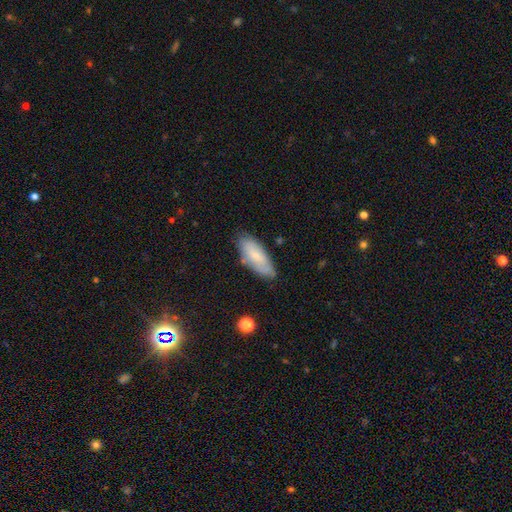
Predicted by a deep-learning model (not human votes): A smooth galaxy with no disk features (68%) that is in between round and cigar-shaped (77%).

Vote fractions:
- Smooth or featured? smooth: 68% / featured or disk: 26% / star or artifact: 7%
- How rounded? in between: 77% / cigar-shaped: 22% / round: 2%
- Merging? none: 75% / minor disturbance: 19% / major disturbance: 4% / merger: 2%